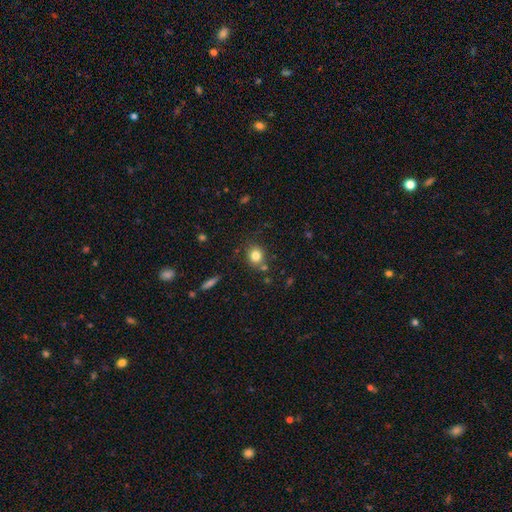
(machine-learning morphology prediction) smooth_or_featured: smooth (p=0.81) [alt: star or artifact p=0.12]
how_rounded: round (p=0.79) [alt: in between p=0.20]
merging: none (p=0.76) [alt: minor disturbance p=0.12]